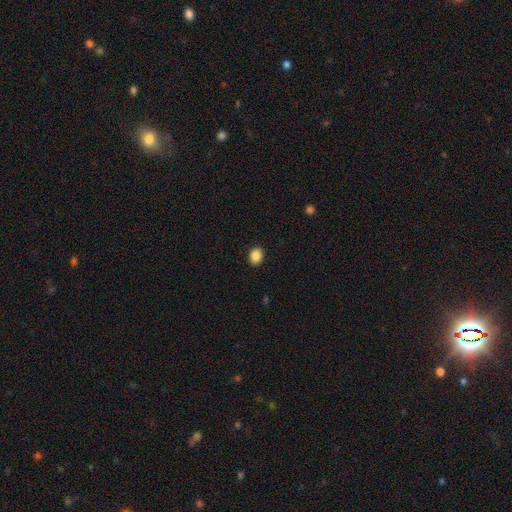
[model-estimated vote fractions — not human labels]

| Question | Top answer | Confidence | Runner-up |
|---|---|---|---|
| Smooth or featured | smooth | 87% | star or artifact (9%) |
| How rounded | in between | 56% | round (43%) |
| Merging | none | 91% | minor disturbance (6%) |